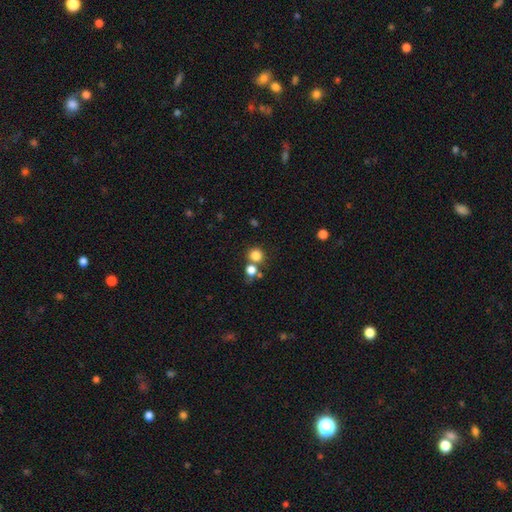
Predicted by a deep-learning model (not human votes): The model was most divided on "merging": none: 67%, merger: 22%, minor disturbance: 8%, major disturbance: 4%. More confident: how rounded — round (89%); smooth or featured — smooth (80%).